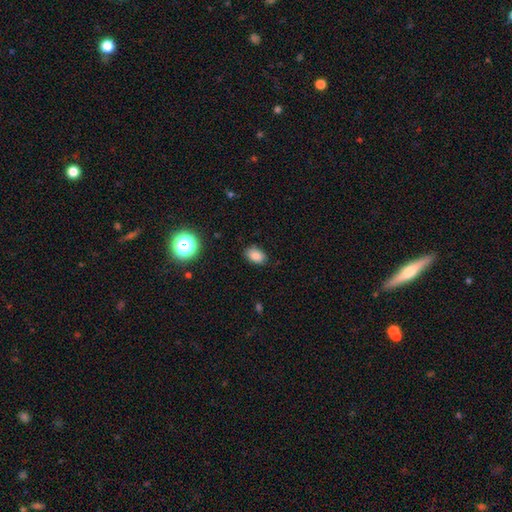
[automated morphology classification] Smooth or featured? smooth (82%)
How rounded? in between (83%)
Merging? none (85%)